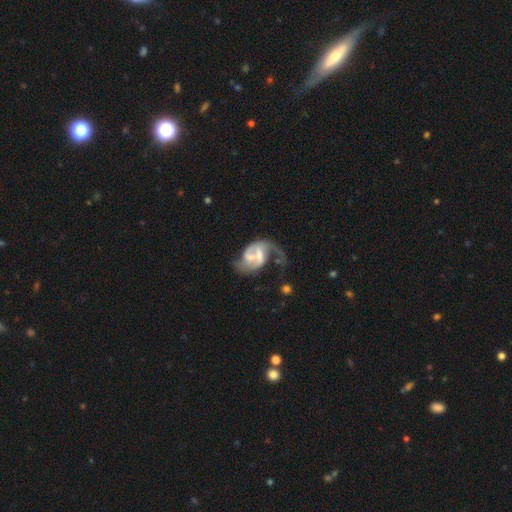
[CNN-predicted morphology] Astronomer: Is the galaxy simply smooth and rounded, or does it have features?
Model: featured or disk — 82%.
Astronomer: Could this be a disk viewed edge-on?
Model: no — 98%.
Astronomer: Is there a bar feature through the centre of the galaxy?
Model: weak — 49% (runner-up: no, 27%).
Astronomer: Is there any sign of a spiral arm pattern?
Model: yes — 90%.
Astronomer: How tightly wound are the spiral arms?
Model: loose — 50% (runner-up: medium, 38%).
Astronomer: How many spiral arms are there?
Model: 2 — 69%.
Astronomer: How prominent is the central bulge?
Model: small — 35% (runner-up: moderate, 32%).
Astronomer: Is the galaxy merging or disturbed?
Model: major disturbance — 39% (runner-up: none, 29%).